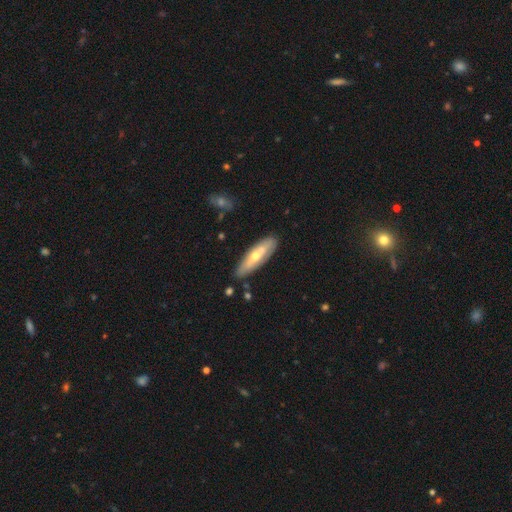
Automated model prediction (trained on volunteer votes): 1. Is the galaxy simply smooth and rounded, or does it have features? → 51% featured or disk, 43% smooth, 5% star or artifact.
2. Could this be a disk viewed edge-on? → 53% no, 47% yes.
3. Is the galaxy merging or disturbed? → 81% none, 14% minor disturbance, 3% major disturbance, 3% merger.